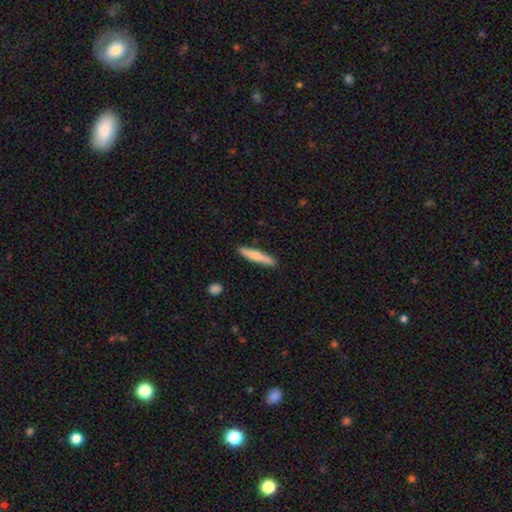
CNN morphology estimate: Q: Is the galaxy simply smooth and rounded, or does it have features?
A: smooth — 69%.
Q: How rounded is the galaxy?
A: cigar-shaped — 92%.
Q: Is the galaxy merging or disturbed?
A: none — 88%.